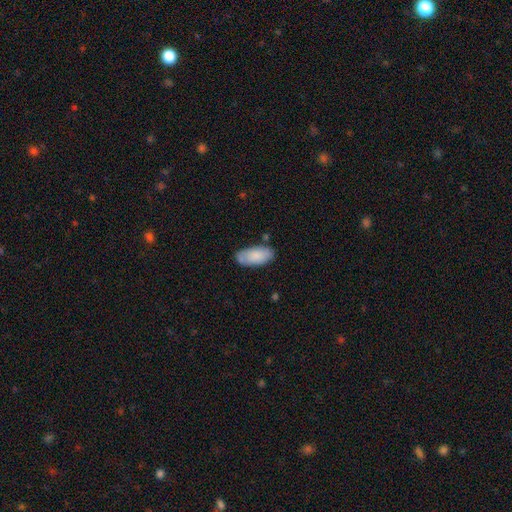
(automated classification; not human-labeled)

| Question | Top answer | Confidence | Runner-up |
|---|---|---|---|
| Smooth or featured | smooth | 83% | featured or disk (11%) |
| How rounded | in between | 93% | cigar-shaped (5%) |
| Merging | none | 74% | minor disturbance (19%) |